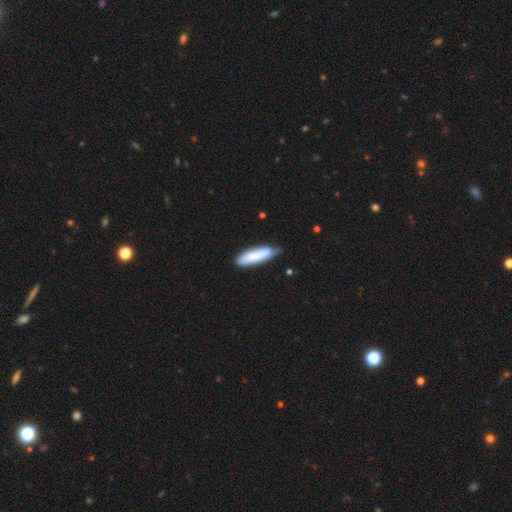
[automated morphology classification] smooth_or_featured: smooth (p=0.82) [alt: featured or disk p=0.12]
how_rounded: cigar-shaped (p=0.67) [alt: in between p=0.31]
merging: none (p=0.67) [alt: minor disturbance p=0.27]